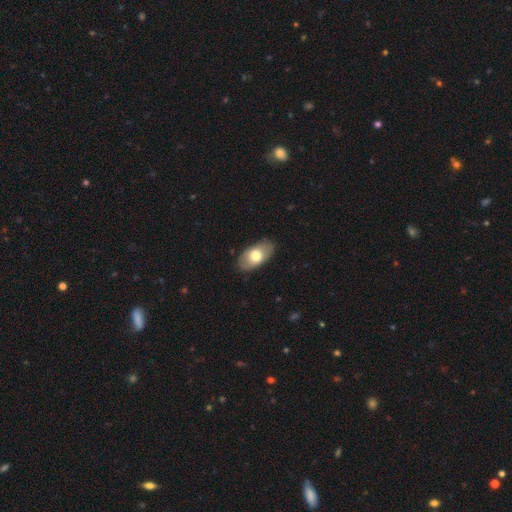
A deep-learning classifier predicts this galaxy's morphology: A smooth galaxy with no disk features (68%) that is in between round and cigar-shaped (93%). Merging: none (84%).